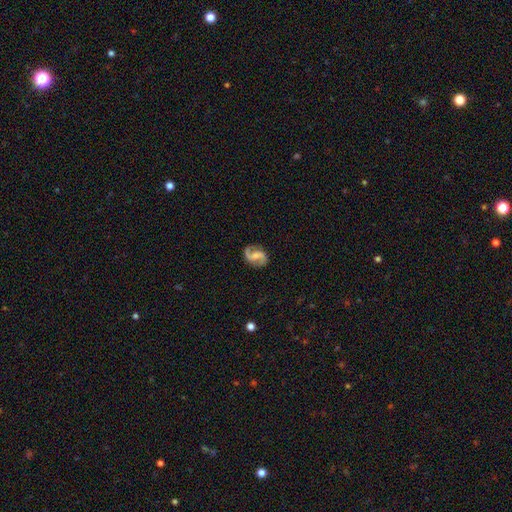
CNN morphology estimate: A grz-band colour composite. It shows a featured or disk galaxy (89%) with a weak bar (48%), 2 (94%) medium (52%) spiral arms (97%) and a small central bulge (38%). Merging: none (84%).